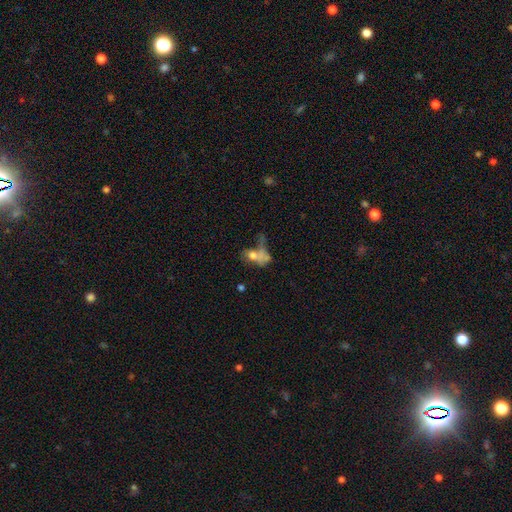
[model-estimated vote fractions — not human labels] The model was most divided on "merging": merger: 37%, major disturbance: 36%, none: 16%, minor disturbance: 11%. Remaining: smooth or featured — smooth (49%).